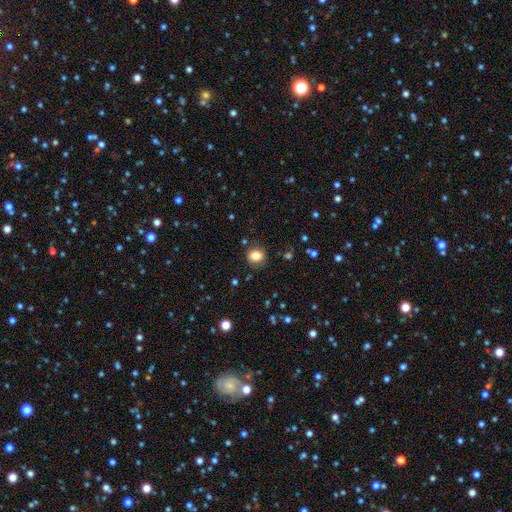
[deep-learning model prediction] smooth_or_featured: smooth (p=0.83) [alt: star or artifact p=0.11]
how_rounded: round (p=0.74) [alt: in between p=0.25]
merging: none (p=0.85) [alt: minor disturbance p=0.10]